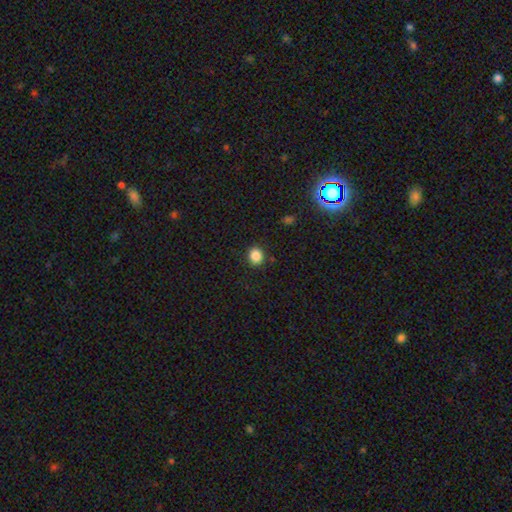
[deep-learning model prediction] A smooth galaxy with no disk features (86%) that is round (77%). Merging: none (89%).